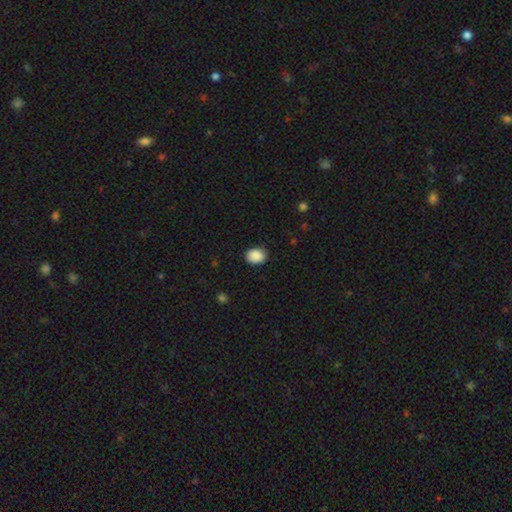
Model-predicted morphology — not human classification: Q: Smooth or featured?
A: smooth (90%); runner-up: star or artifact (8%)
Q: How rounded?
A: in between (54%); runner-up: round (45%)
Q: Merging?
A: none (88%); runner-up: minor disturbance (9%)